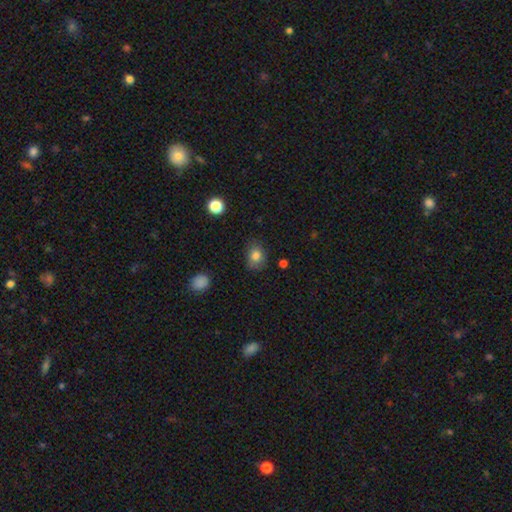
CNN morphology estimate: This is clearly a smooth galaxy (81%). How rounded: possibly round (51%). Merging: likely none (75%).